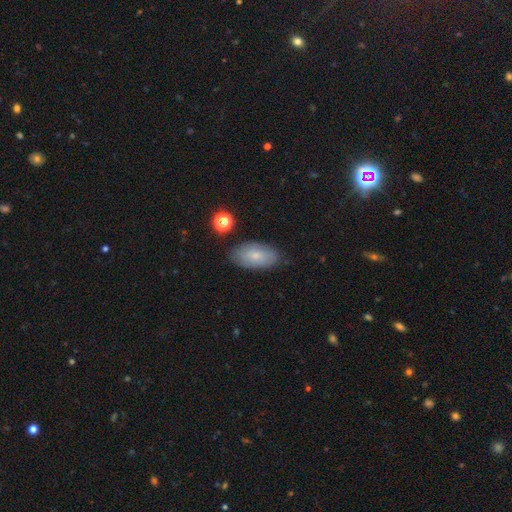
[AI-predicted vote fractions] This is likely a smooth galaxy (66%). How rounded: clearly in between (93%). Merging: likely none (80%).